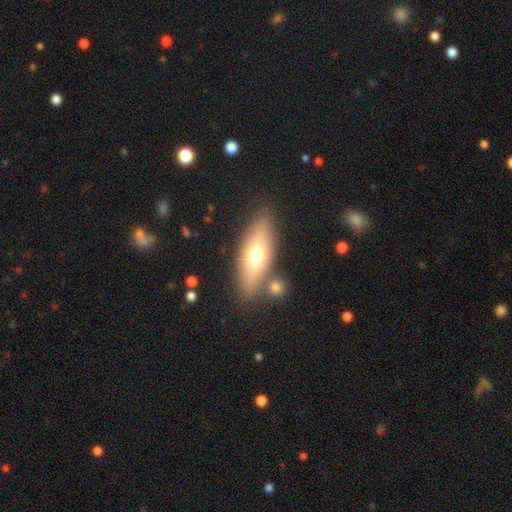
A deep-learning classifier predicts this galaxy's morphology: Overall: smooth (58%; featured or disk 35%). How rounded: in between (57%; cigar-shaped 40%). Merging: none (78%).